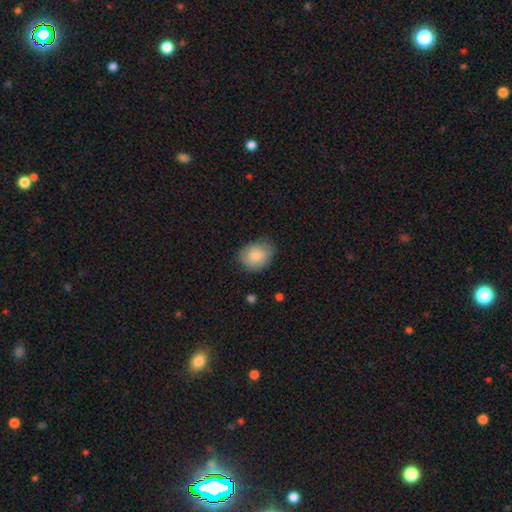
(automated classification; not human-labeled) This is clearly a smooth galaxy (80%). How rounded: possibly in between (59%). Merging: likely none (72%).